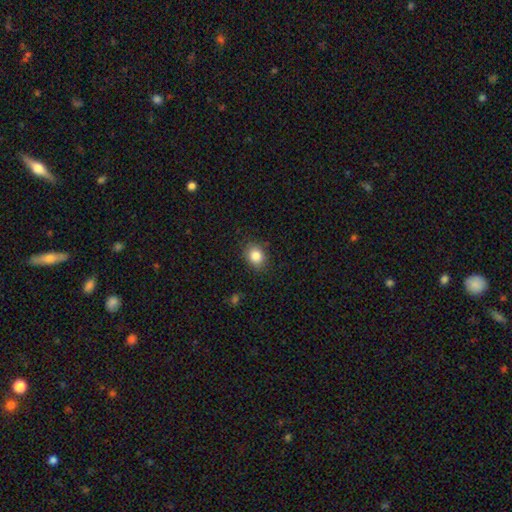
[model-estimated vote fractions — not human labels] Q: Smooth or featured?
A: smooth (84%); runner-up: star or artifact (10%)
Q: How rounded?
A: round (57%); runner-up: in between (42%)
Q: Merging?
A: none (86%); runner-up: minor disturbance (11%)